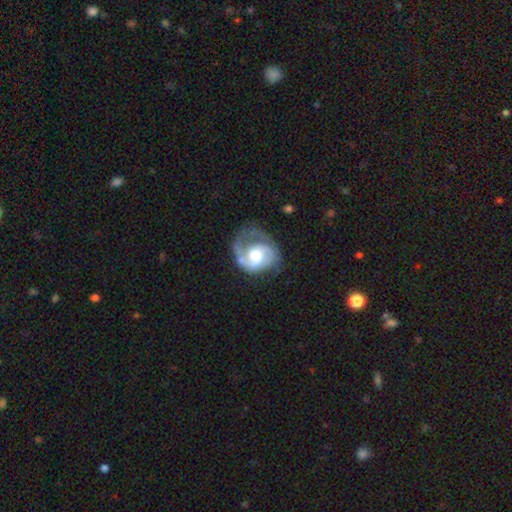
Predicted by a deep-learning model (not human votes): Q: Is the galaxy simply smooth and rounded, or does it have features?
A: featured or disk — 81%.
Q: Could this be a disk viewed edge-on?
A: no — 98%.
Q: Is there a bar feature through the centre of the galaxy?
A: no — 57%.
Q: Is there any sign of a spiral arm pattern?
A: yes — 92%.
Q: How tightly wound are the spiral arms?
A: medium — 44%.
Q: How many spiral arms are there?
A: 2 — 62%.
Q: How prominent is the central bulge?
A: moderate — 66%.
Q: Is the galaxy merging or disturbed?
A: none — 48%.